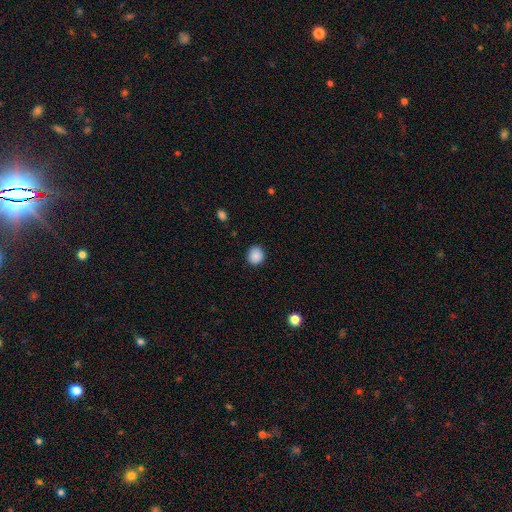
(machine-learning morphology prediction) type=smooth (88%); roundness=round (86%); merging=none (90%).